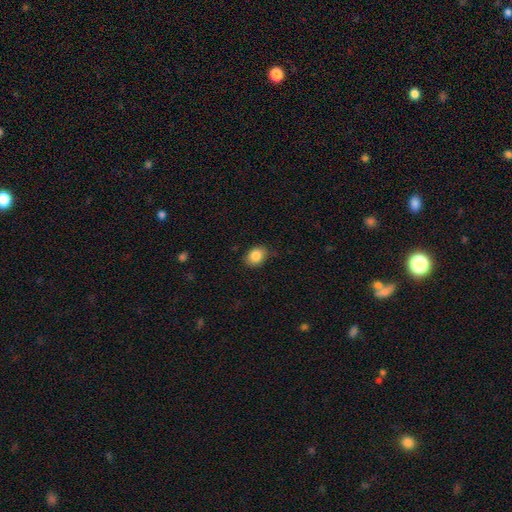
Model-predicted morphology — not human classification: The model was most divided on "how rounded": in between: 63%, round: 36%, cigar-shaped: 1%. More confident: smooth or featured — smooth (86%); merging — none (81%).